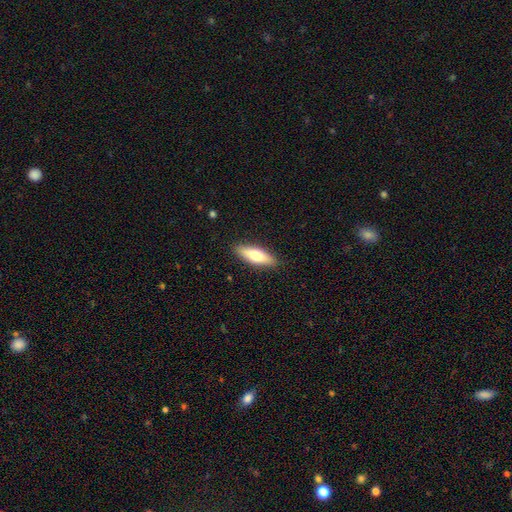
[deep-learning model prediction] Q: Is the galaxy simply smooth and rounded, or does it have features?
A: smooth — 68%.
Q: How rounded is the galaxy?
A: in between — 50%.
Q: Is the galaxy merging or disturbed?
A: none — 88%.